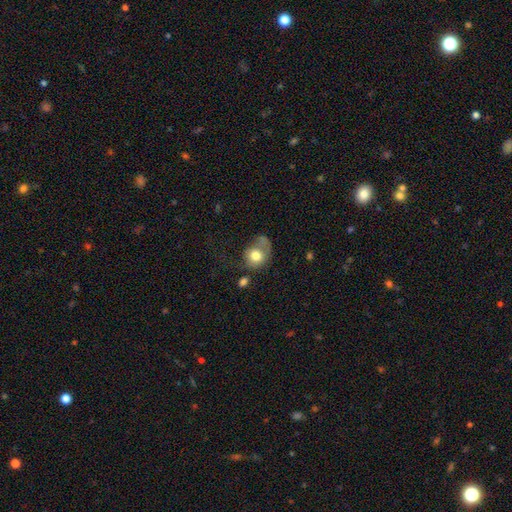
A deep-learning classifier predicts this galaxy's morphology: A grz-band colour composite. It shows a smooth galaxy with no disk features (75%) that is round (66%). Merging: major disturbance (32%).